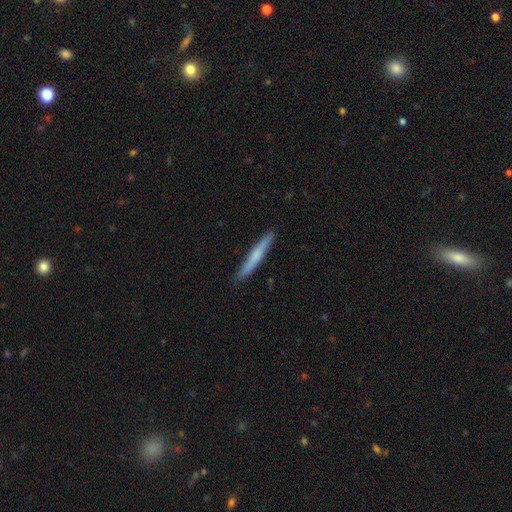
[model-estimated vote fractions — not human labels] smooth-or-featured: smooth: 59% | featured or disk: 36% | star or artifact: 5%
  how-rounded: cigar-shaped: 96% | in between: 3% | round: 1%
  merging: none: 91% | minor disturbance: 7% | major disturbance: 1% | merger: 1%